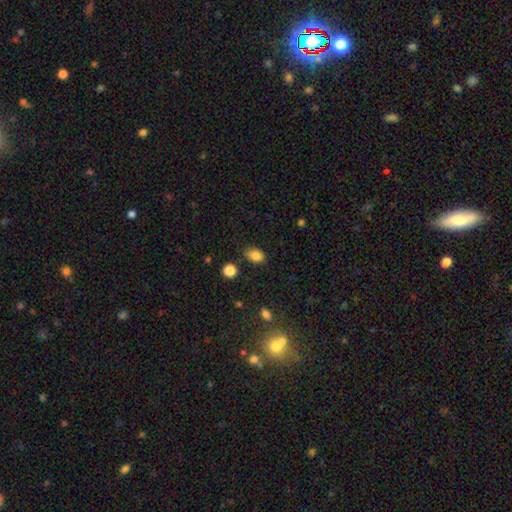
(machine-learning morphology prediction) A smooth galaxy with no disk features (85%) that is in between round and cigar-shaped (79%).

Vote fractions:
- Smooth or featured? smooth: 85% / star or artifact: 10% / featured or disk: 5%
- How rounded? in between: 79% / round: 20% / cigar-shaped: 1%
- Merging? none: 79% / minor disturbance: 15% / major disturbance: 3% / merger: 3%